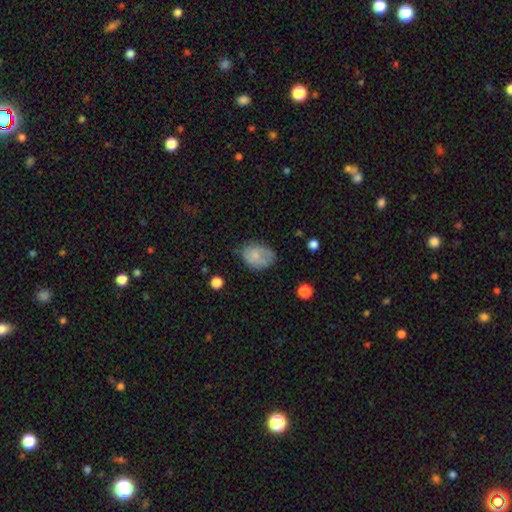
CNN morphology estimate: Smooth or featured? Predicted: smooth (p=0.71). How rounded? Predicted: in between (p=0.70). Merging? Predicted: none (p=0.56).